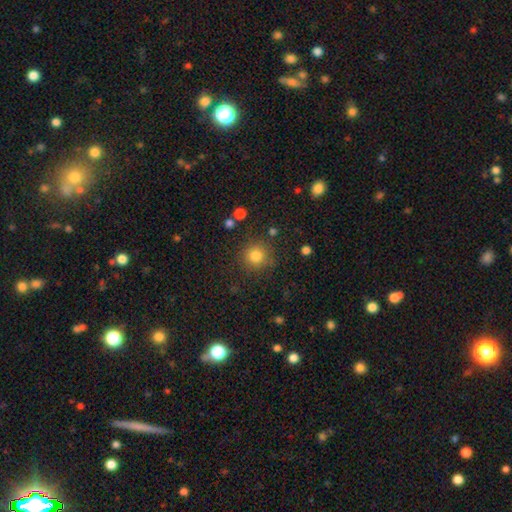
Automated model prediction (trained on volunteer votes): Smooth or featured?
  - smooth: 82% *
  - star or artifact: 12%
  - featured or disk: 5%
How rounded?
  - round: 94% *
  - in between: 5%
  - cigar-shaped: 1%
Merging?
  - none: 85% *
  - minor disturbance: 9%
  - major disturbance: 4%
  - merger: 3%